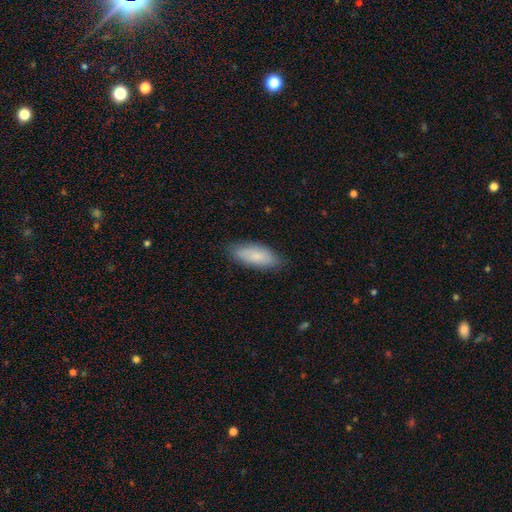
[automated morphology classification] smooth 81%, featured or disk 13%, star or artifact 6%. Down the decision tree: how rounded — in between (76%); merging — none (82%).